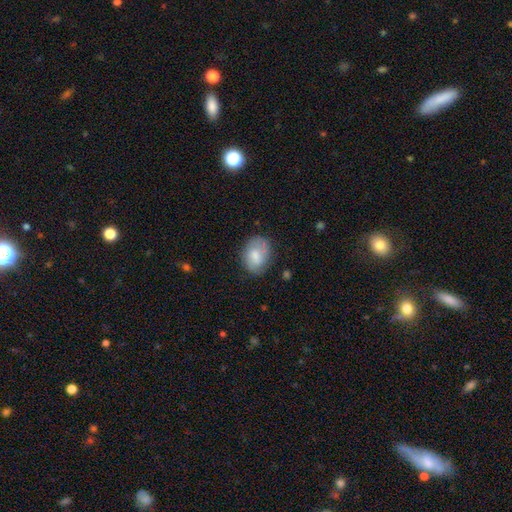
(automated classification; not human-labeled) Smooth or featured: smooth — 72% (featured or disk — 21%)
How rounded: in between — 63% (round — 36%)
Merging: none — 68% (minor disturbance — 23%)